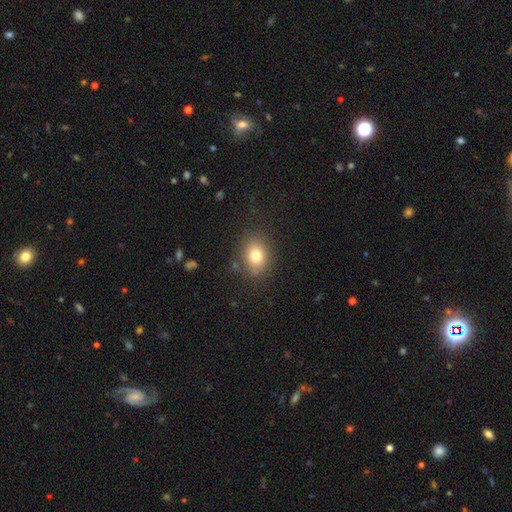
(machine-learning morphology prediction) smooth-or-featured: smooth: 76% | star or artifact: 12% | featured or disk: 11%
  how-rounded: in between: 51% | round: 49% | cigar-shaped: 1%
  merging: none: 80% | minor disturbance: 13% | major disturbance: 5% | merger: 2%